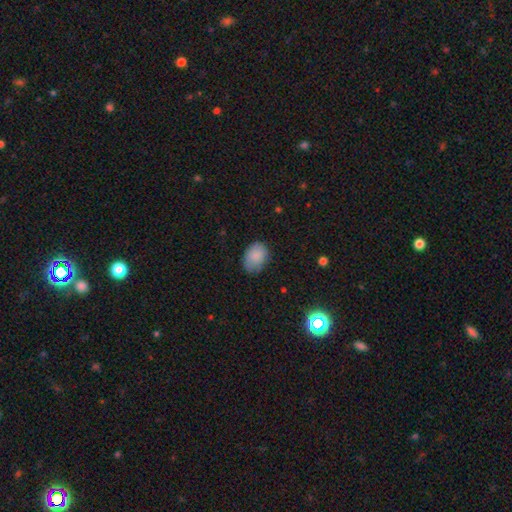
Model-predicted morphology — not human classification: Overall: smooth (86%). How rounded: in between (74%). Merging: none (70%).